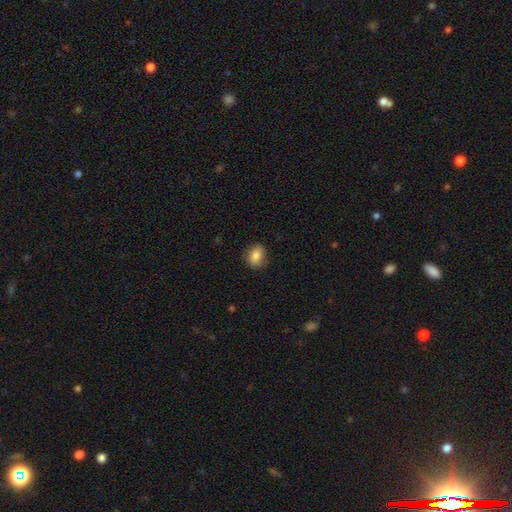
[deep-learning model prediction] Smooth or featured? Predicted: smooth (p=0.86). How rounded? Predicted: in between (p=0.59). Merging? Predicted: none (p=0.82).